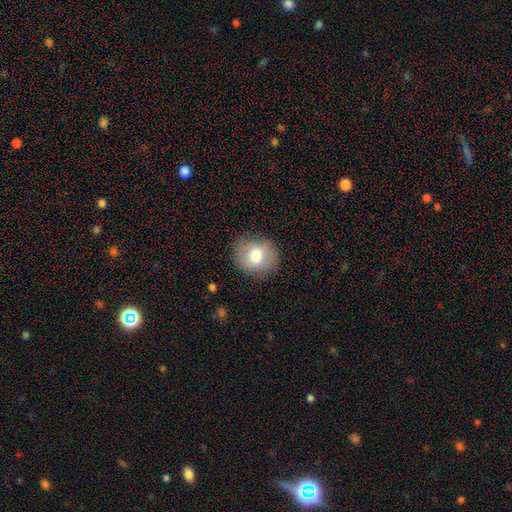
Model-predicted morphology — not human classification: smooth-or-featured: smooth: 74% | featured or disk: 17% | star or artifact: 8%
  how-rounded: round: 71% | in between: 28% | cigar-shaped: 1%
  merging: none: 81% | minor disturbance: 14% | major disturbance: 4% | merger: 1%